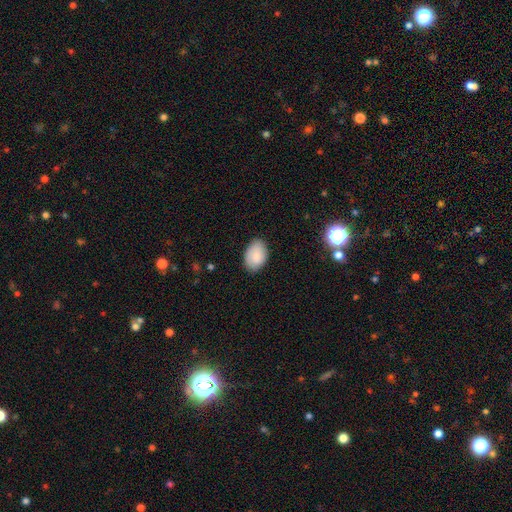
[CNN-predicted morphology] Overall: smooth (86%). How rounded: in between (88%). Merging: none (83%).